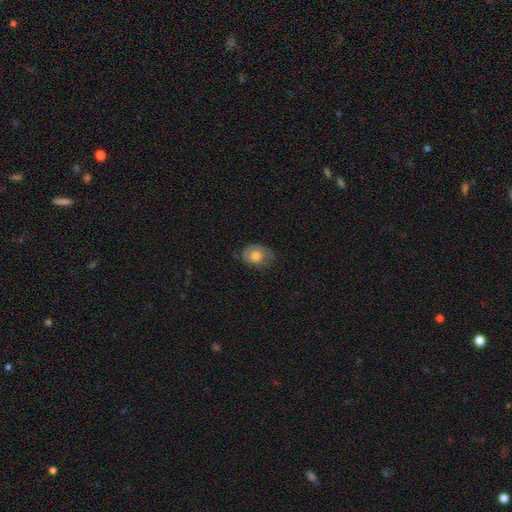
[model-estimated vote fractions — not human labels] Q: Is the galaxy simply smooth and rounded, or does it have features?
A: smooth — 64%.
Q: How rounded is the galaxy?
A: in between — 65%.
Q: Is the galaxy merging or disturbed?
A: none — 61%.